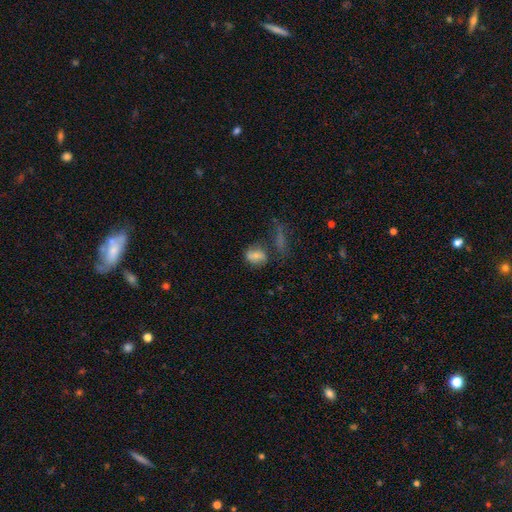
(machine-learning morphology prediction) A smooth galaxy with no disk features (59%) that is in between round and cigar-shaped (64%).

Vote fractions:
- Smooth or featured? smooth: 59% / featured or disk: 28% / star or artifact: 13%
- How rounded? in between: 64% / round: 32% / cigar-shaped: 3%
- Merging? none: 49% / minor disturbance: 21% / merger: 17% / major disturbance: 14%